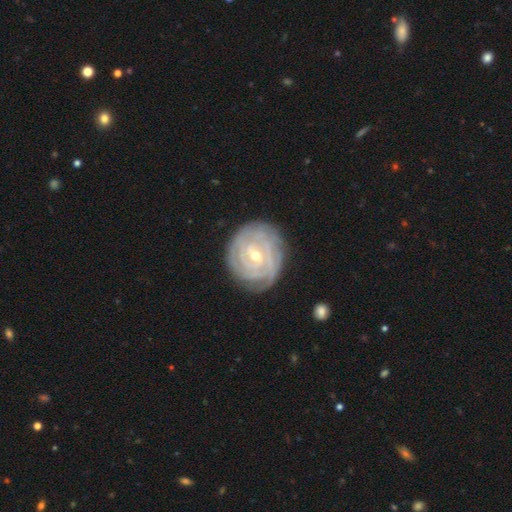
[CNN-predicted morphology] Overall: featured or disk (88%). Edge-on disk: no (97%). Bar: weak (48%; no 30%). Spiral arms: yes (97%). Spiral arm count: can't tell (30%; 4 20%). Spiral winding: tight (88%). Bulge size: moderate (51%; small 46%). Merging: none (81%).